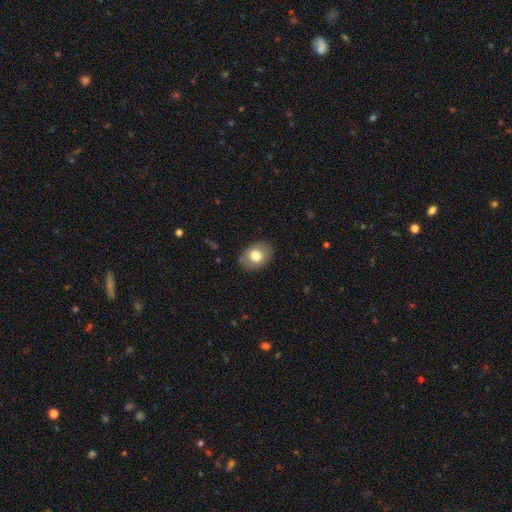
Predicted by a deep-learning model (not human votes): The model was most divided on "how rounded": in between: 64%, round: 35%, cigar-shaped: 1%. More confident: merging — none (84%); smooth or featured — smooth (77%).